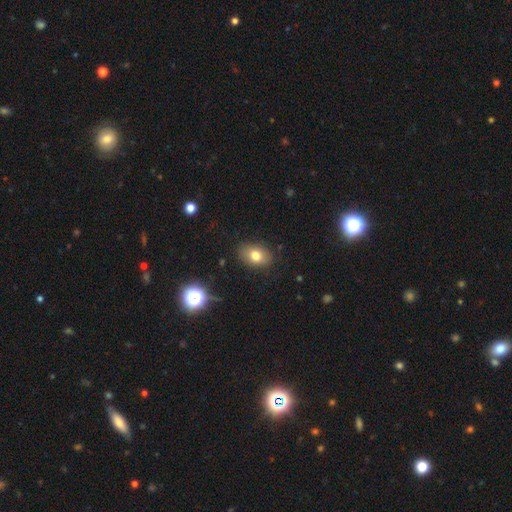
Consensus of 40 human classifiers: Smooth or featured: smooth — 80% (featured or disk — 10%)
How rounded: in between — 62% (round — 38%)
Merging: none — 86% (minor disturbance — 11%)